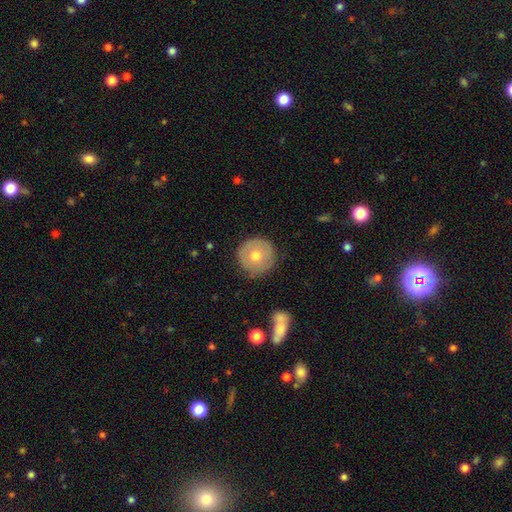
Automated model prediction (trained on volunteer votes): Smooth or featured? smooth (64%)
How rounded? round (95%)
Merging? none (86%)